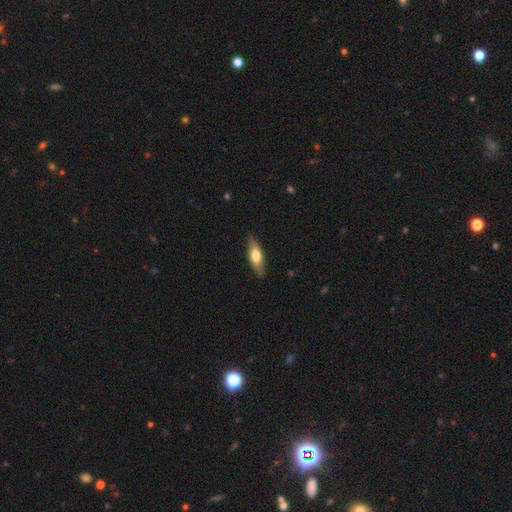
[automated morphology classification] This is possibly a smooth galaxy (56%). How rounded: possibly in between (51%). Merging: clearly none (85%).